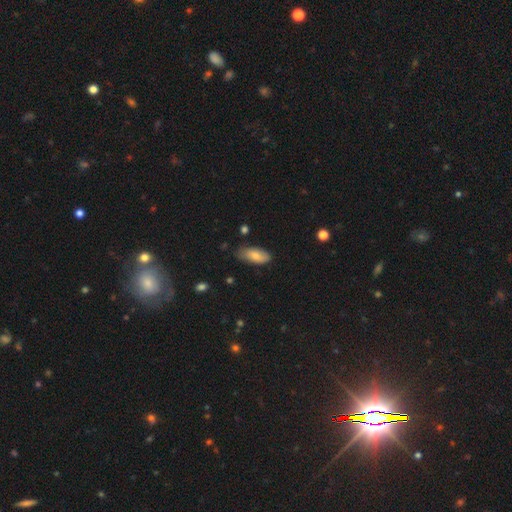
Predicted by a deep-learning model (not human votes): A smooth galaxy with no disk features (78%) that is in between round and cigar-shaped (87%). Merging: none (67%).